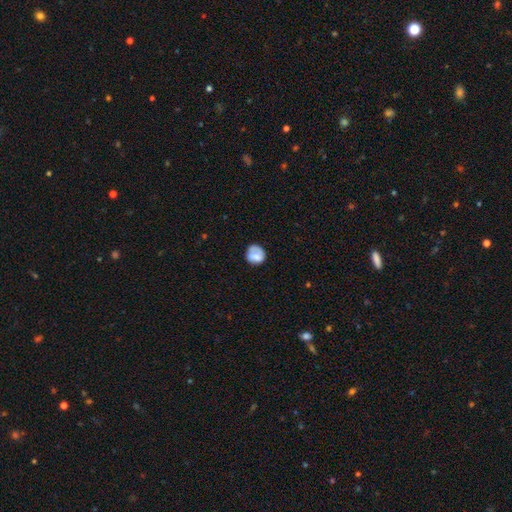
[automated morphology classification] This appears to be a smooth galaxy with no disk features (69%) that is round (80%). Merging: none (60%).